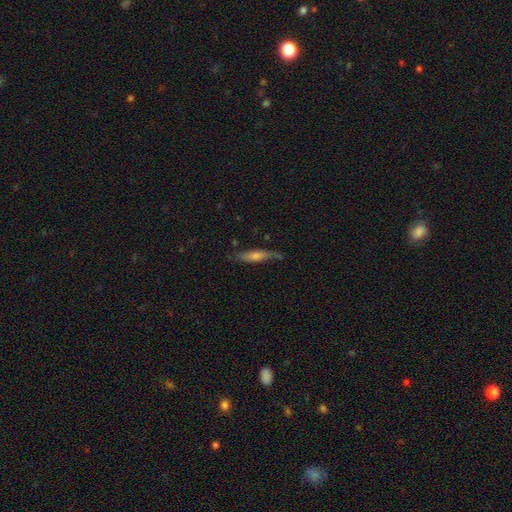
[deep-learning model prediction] smooth_or_featured: featured or disk (p=0.50) [alt: smooth p=0.43]
merging: none (p=0.72) [alt: minor disturbance p=0.21]